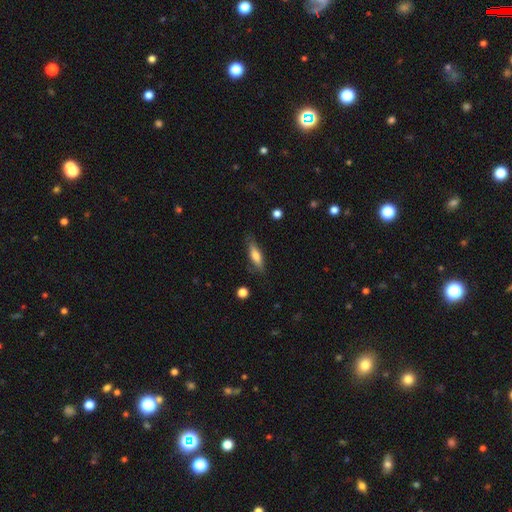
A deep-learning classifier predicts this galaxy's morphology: smooth_or_featured: smooth (p=0.66) [alt: featured or disk p=0.28]
how_rounded: cigar-shaped (p=0.59) [alt: in between p=0.39]
merging: none (p=0.78) [alt: minor disturbance p=0.16]